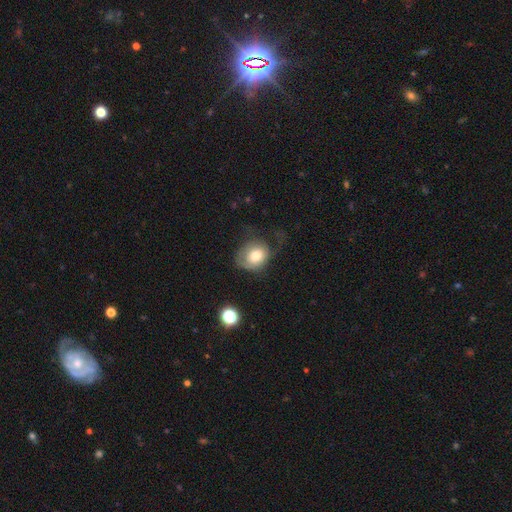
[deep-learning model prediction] smooth_or_featured: smooth (p=0.69) [alt: featured or disk p=0.22]
how_rounded: round (p=0.59) [alt: in between p=0.40]
merging: none (p=0.37) [alt: major disturbance p=0.33]